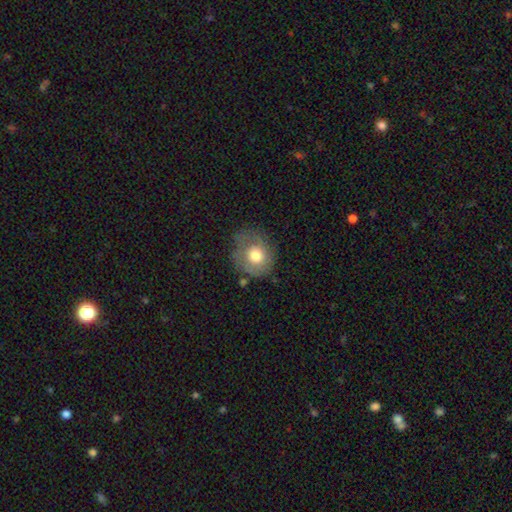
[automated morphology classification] Smooth or featured: smooth — 66% (featured or disk — 27%)
How rounded: round — 68% (in between — 31%)
Merging: none — 54% (minor disturbance — 28%)